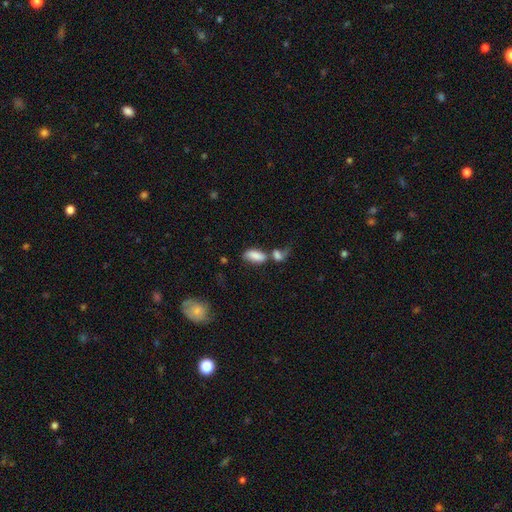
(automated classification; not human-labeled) A smooth galaxy with no disk features (82%) that is in between round and cigar-shaped (89%). Merging: merger (45%).